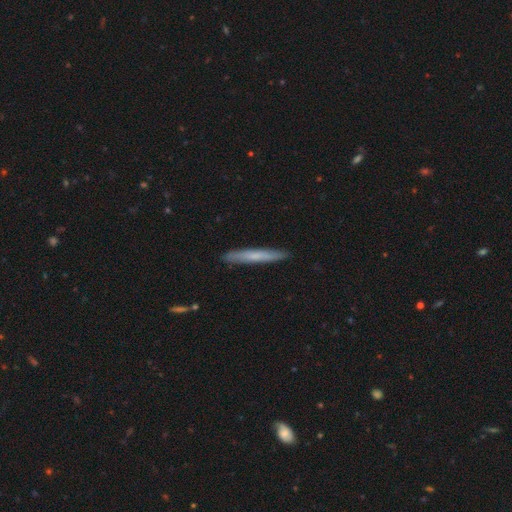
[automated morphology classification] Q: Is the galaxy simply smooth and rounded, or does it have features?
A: smooth — 59%.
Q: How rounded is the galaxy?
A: cigar-shaped — 96%.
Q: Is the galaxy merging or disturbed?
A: none — 90%.